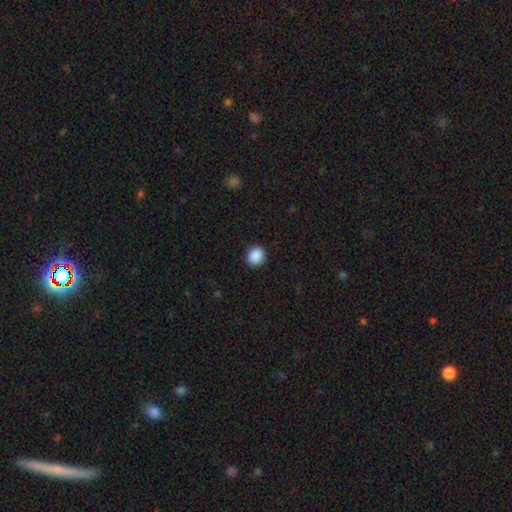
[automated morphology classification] Q: Smooth or featured?
A: smooth (89%); runner-up: star or artifact (8%)
Q: How rounded?
A: round (77%); runner-up: in between (22%)
Q: Merging?
A: none (91%); runner-up: minor disturbance (6%)